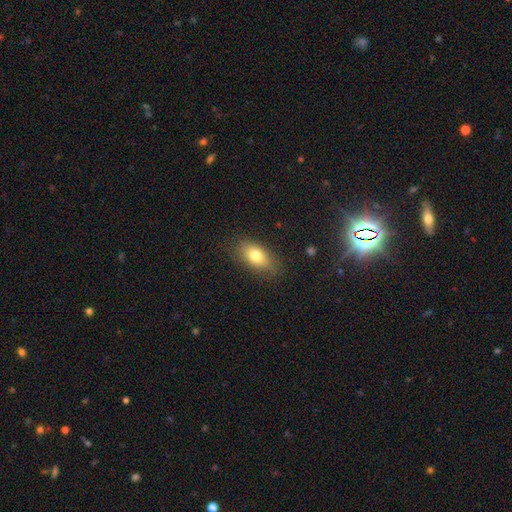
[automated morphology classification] Smooth or featured: smooth — 76% (featured or disk — 15%)
How rounded: in between — 86% (round — 8%)
Merging: none — 82% (minor disturbance — 13%)